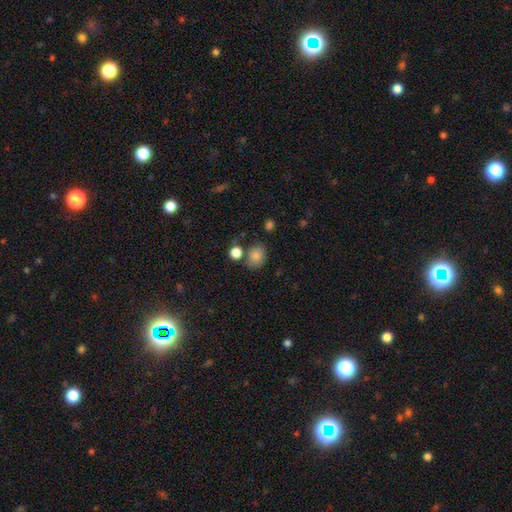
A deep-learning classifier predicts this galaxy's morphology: Overall: smooth (83%). How rounded: in between (56%; round 43%). Merging: none (70%).